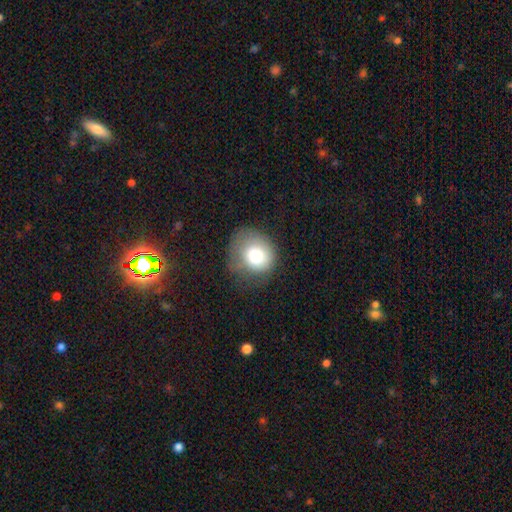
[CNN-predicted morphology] smooth_or_featured: smooth (p=0.77) [alt: featured or disk p=0.13]
how_rounded: round (p=0.78) [alt: in between p=0.21]
merging: none (p=0.56) [alt: minor disturbance p=0.29]